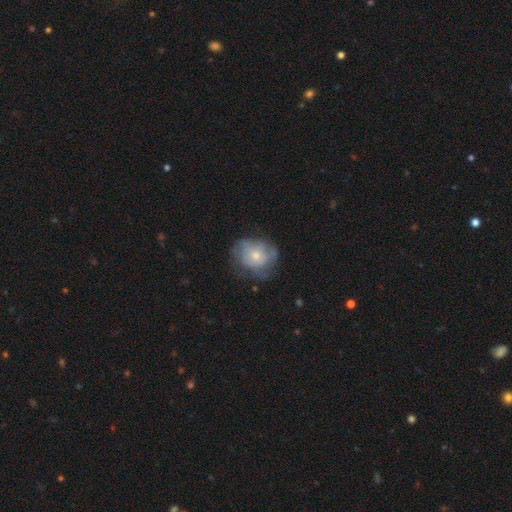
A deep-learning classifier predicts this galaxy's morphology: Smooth or featured?
  - smooth: 49% *
  - featured or disk: 43%
  - star or artifact: 8%
Merging?
  - none: 53% *
  - minor disturbance: 28%
  - major disturbance: 17%
  - merger: 2%